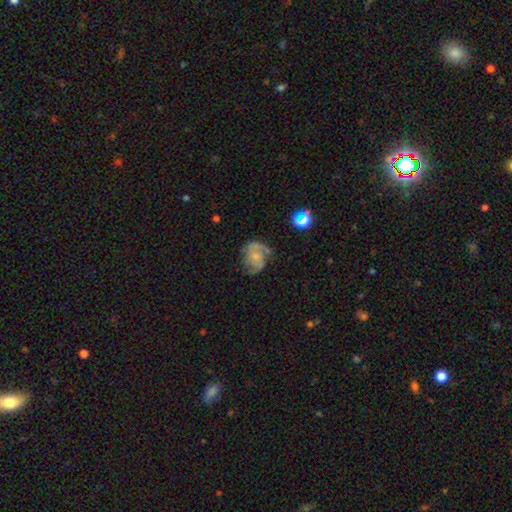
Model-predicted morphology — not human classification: This is likely a featured or disk galaxy (75%). It is clearly not viewed edge-on (98%). Bar: likely no (67%). Spiral arm pattern: clearly yes (92%). Spiral arm count: likely 2 (73%). Spiral winding: possibly medium (50%). Central bulge: possibly small (52%). Merging: possibly none (59%).